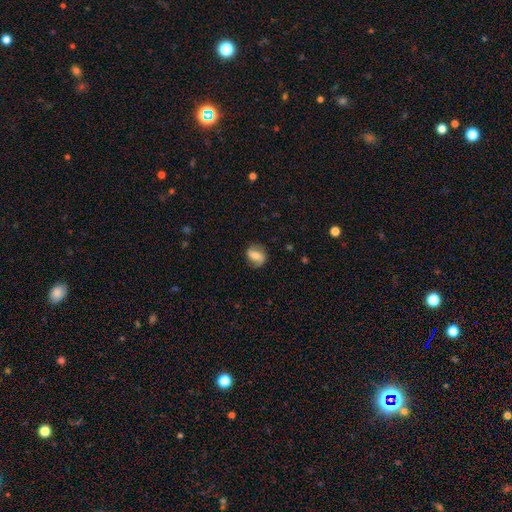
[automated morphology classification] smooth-or-featured: featured or disk: 52% | smooth: 40% | star or artifact: 8%
  disk-edge-on: no: 96% | yes: 4%
  merging: none: 78% | minor disturbance: 15% | major disturbance: 5% | merger: 1%